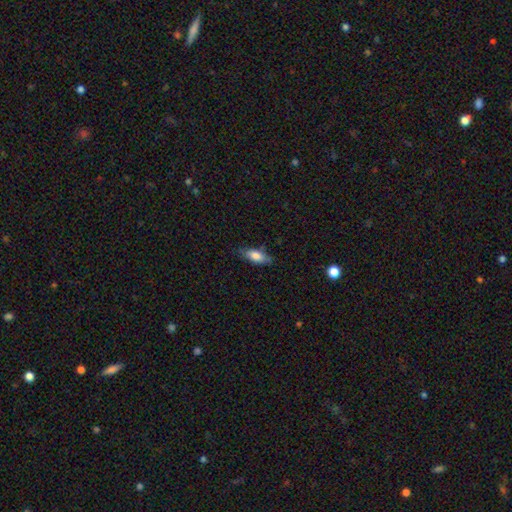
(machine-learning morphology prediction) The model was most divided on "merging": none: 74%, minor disturbance: 20%, major disturbance: 4%, merger: 1%. More confident: smooth or featured — smooth (78%); how rounded — in between (76%).